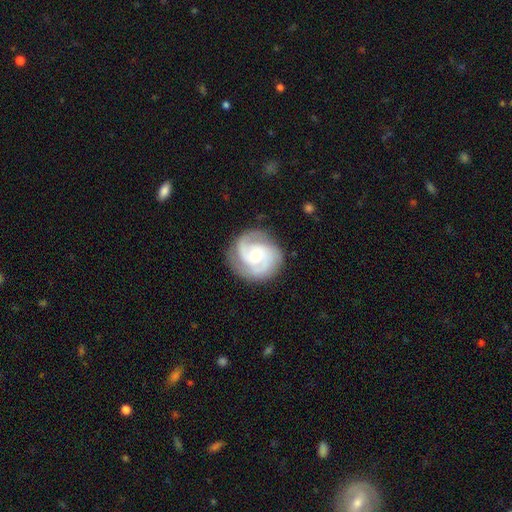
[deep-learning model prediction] smooth-or-featured: featured or disk: 87% | smooth: 8% | star or artifact: 4%
  disk-edge-on: no: 98% | yes: 2%
    bar: no: 61% | weak: 32% | strong: 7%
    has-spiral-arms: yes: 97% | no: 3%
      spiral-winding: tight: 45% (tied) | medium: 45% (tied) | loose: 10%
      spiral-arm-count: 2: 49% | 3: 33% | can't tell: 8% | 4: 4% | 1: 4% | more than 4: 3%
    bulge-size: moderate: 55% | small: 39% | large: 3% | none: 1% | dominant: 1%
  merging: none: 81% | minor disturbance: 13% | major disturbance: 5% | merger: 1%